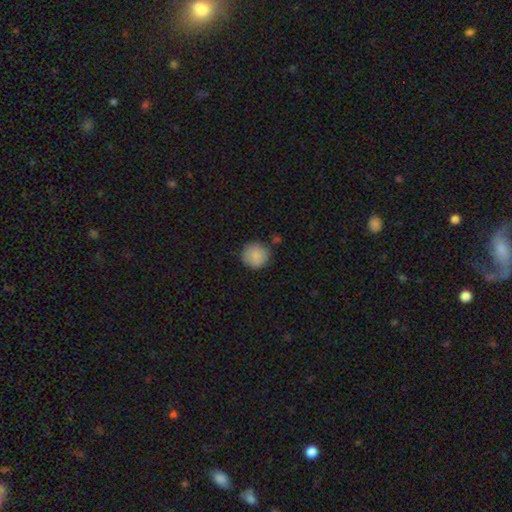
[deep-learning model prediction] A smooth galaxy with no disk features (87%) that is round (94%). Merging: none (82%).